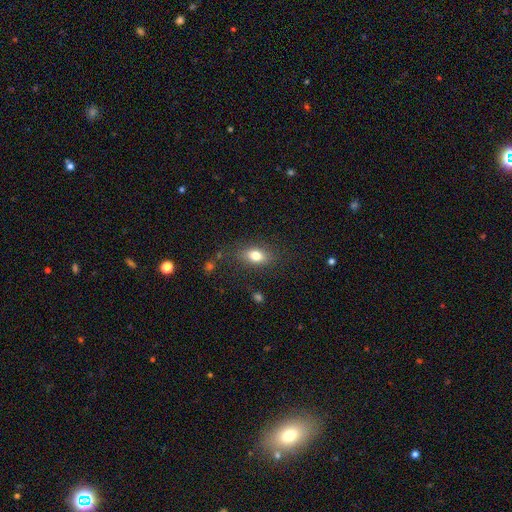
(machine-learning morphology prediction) The model was most divided on "smooth or featured": smooth: 79%, featured or disk: 12%, star or artifact: 9%. More confident: how rounded — in between (83%); merging — none (80%).